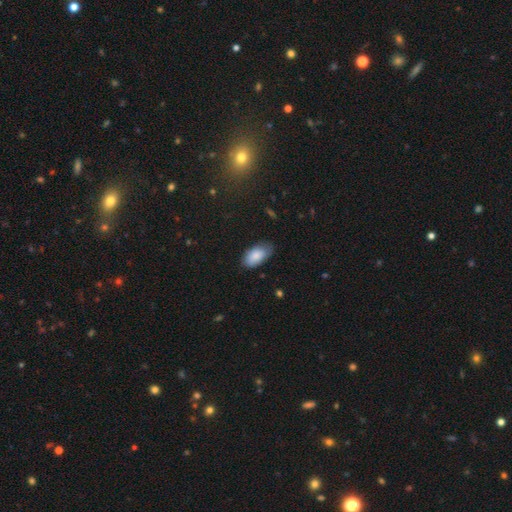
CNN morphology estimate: Smooth or featured? smooth (85%)
How rounded? in between (94%)
Merging? none (72%)